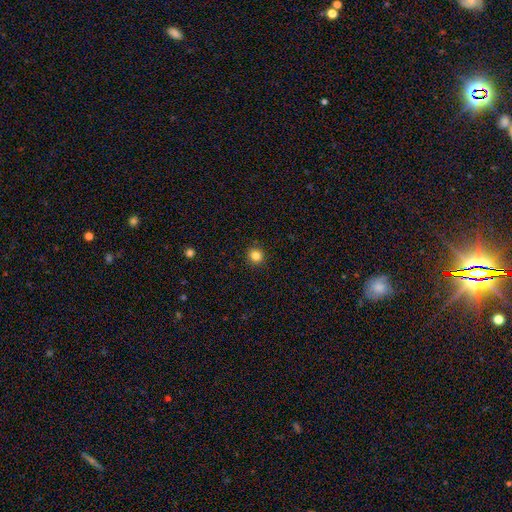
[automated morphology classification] Q: Smooth or featured?
A: smooth (84%); runner-up: star or artifact (12%)
Q: How rounded?
A: round (94%); runner-up: in between (6%)
Q: Merging?
A: none (92%); runner-up: minor disturbance (5%)